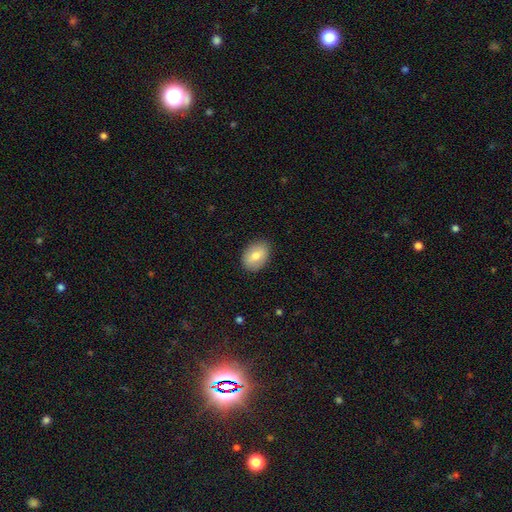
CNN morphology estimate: smooth 74%, featured or disk 18%, star or artifact 7%. Down the decision tree: how rounded — in between (79%); merging — none (86%).